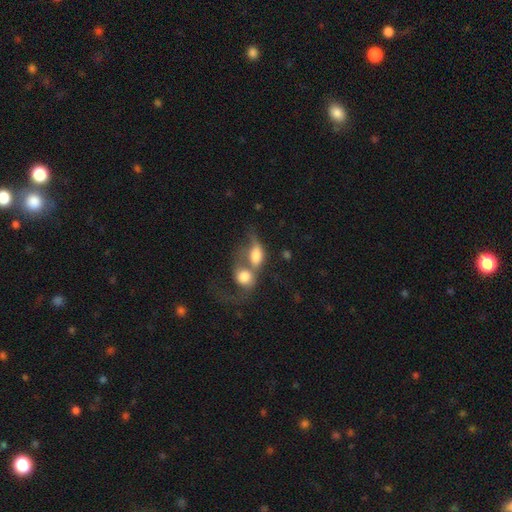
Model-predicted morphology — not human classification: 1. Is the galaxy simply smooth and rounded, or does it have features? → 59% smooth, 32% featured or disk, 9% star or artifact.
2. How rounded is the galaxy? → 66% in between, 29% round, 5% cigar-shaped.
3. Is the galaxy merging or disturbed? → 78% merger, 10% major disturbance, 8% none, 5% minor disturbance.